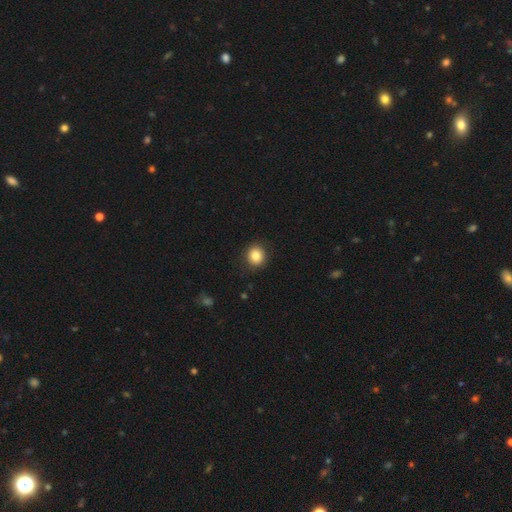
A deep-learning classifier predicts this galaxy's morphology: Smooth or featured: smooth — 83% (star or artifact — 10%)
How rounded: round — 86% (in between — 13%)
Merging: none — 89% (minor disturbance — 8%)